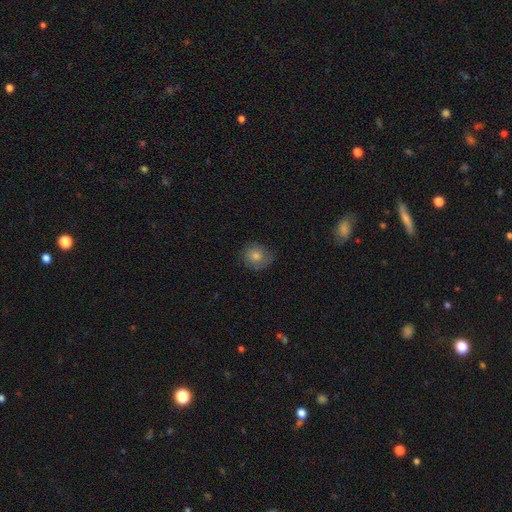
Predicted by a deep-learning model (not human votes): This is possibly a smooth galaxy (60%). How rounded: clearly round (81%). Merging: likely none (77%).